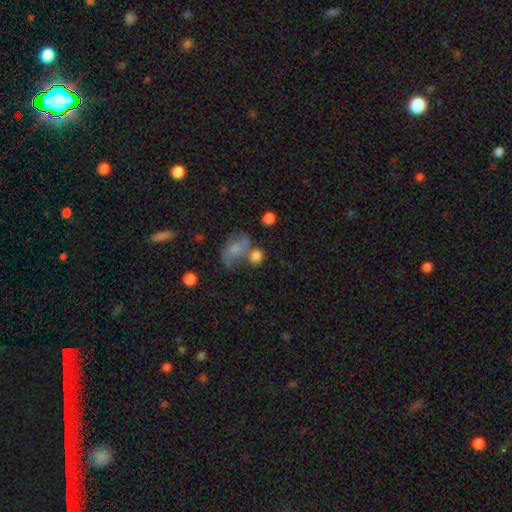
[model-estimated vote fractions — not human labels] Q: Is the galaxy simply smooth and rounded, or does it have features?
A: smooth — 69%.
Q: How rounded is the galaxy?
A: round — 65%.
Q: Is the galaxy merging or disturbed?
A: none — 45%.